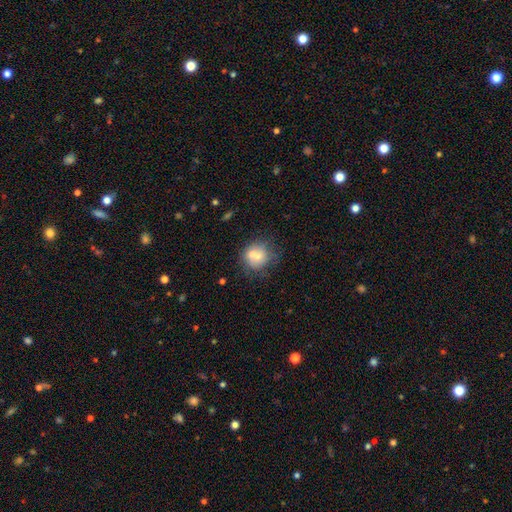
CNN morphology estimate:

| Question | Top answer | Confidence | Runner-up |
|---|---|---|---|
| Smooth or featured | smooth | 67% | featured or disk (24%) |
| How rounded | round | 81% | in between (18%) |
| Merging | none | 44% | merger (36%) |